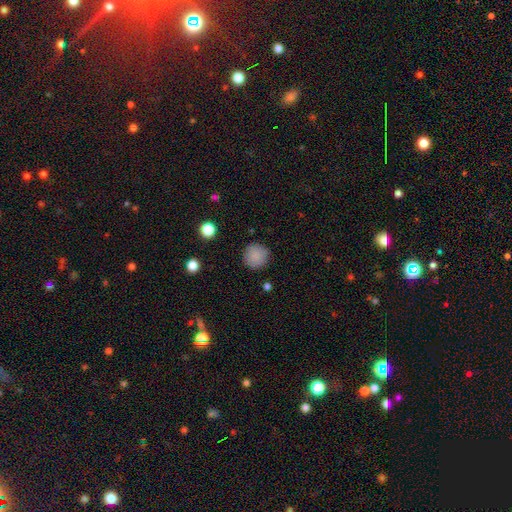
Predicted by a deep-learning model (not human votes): Smooth or featured? smooth (87%)
How rounded? round (95%)
Merging? none (87%)